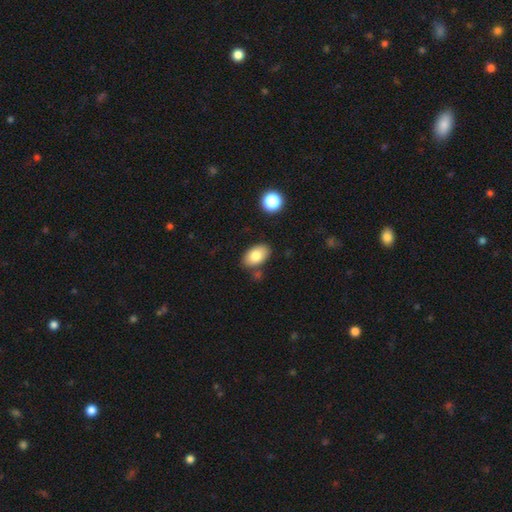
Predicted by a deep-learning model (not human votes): The model was most divided on "merging": none: 78%, minor disturbance: 13%, merger: 6%, major disturbance: 3%. More confident: how rounded — in between (92%); smooth or featured — smooth (81%).